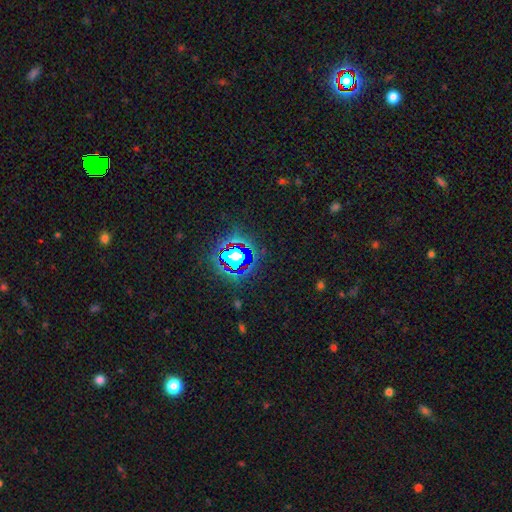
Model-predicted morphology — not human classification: Q: Smooth or featured?
A: star or artifact (82%); runner-up: smooth (11%)